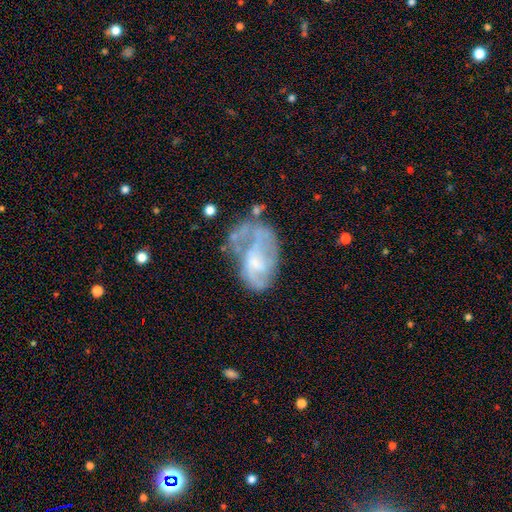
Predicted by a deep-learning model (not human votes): This appears to be a featured or disk galaxy (62%) with no bar (66%), spiral arms (53%) and a small central bulge (37%). Merging: none (35%).